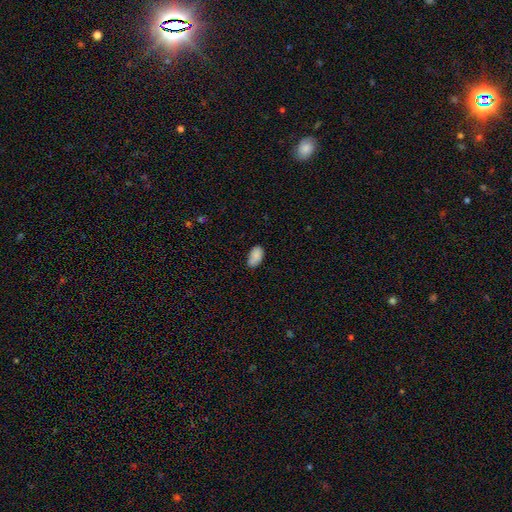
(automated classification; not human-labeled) Smooth or featured? Predicted: smooth (p=0.85). How rounded? Predicted: in between (p=0.93). Merging? Predicted: none (p=0.67).